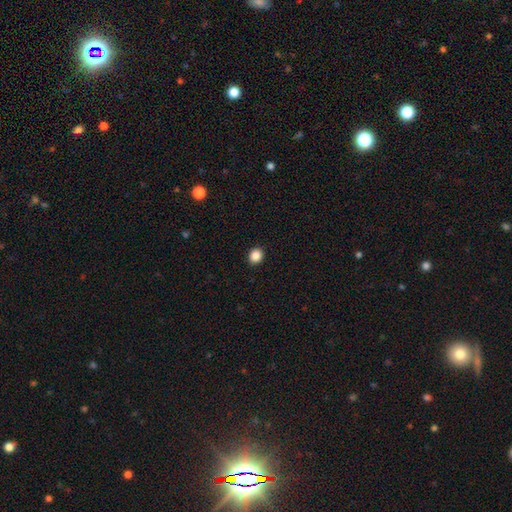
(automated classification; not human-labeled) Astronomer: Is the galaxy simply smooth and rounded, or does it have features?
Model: smooth — 87%.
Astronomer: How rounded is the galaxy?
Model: round — 75%.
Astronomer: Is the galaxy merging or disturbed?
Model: none — 92%.